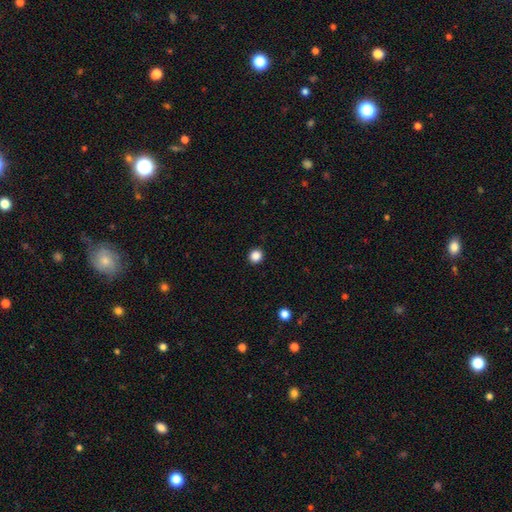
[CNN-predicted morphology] Q: Smooth or featured?
A: smooth (86%); runner-up: star or artifact (11%)
Q: How rounded?
A: round (91%); runner-up: in between (8%)
Q: Merging?
A: none (93%); runner-up: minor disturbance (5%)